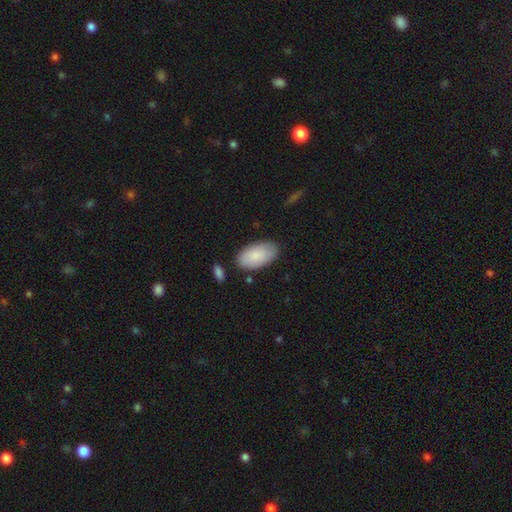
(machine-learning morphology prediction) smooth 87%, featured or disk 8%, star or artifact 5%. Down the decision tree: how rounded — in between (96%); merging — none (81%).